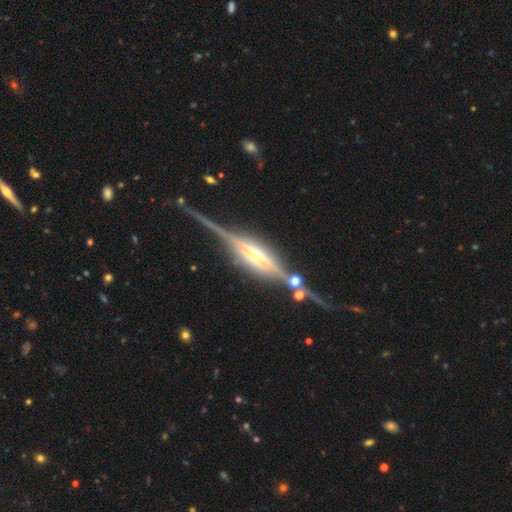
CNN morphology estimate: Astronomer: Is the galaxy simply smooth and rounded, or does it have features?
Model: featured or disk — 86%.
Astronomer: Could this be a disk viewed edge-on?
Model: yes — 97%.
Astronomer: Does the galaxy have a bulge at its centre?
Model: rounded — 65%.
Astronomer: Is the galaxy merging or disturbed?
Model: none — 76%.